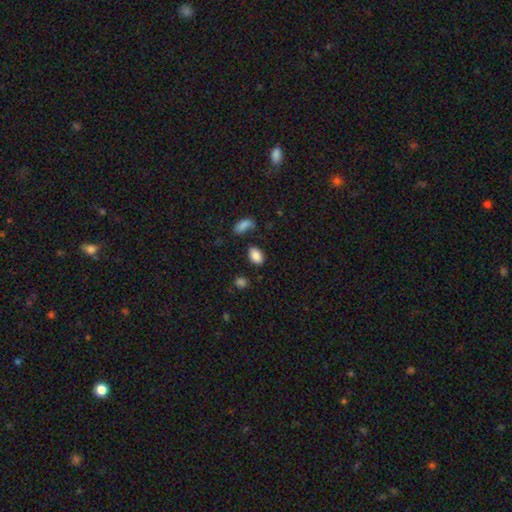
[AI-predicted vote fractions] smooth-or-featured: smooth: 86% | star or artifact: 9% | featured or disk: 5%
  how-rounded: in between: 88% | round: 11% | cigar-shaped: 1%
  merging: none: 79% | minor disturbance: 13% | merger: 4% | major disturbance: 4%